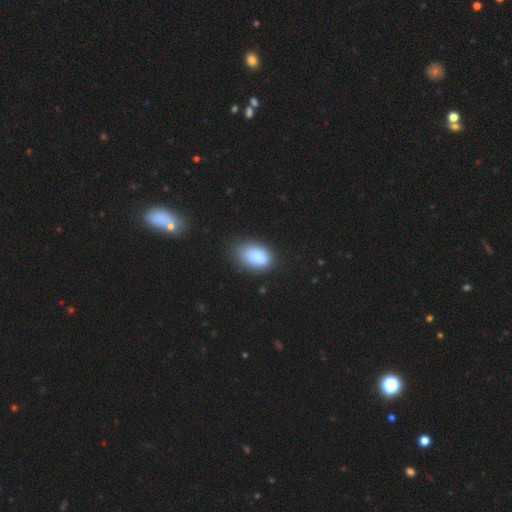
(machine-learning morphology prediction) smooth 88%, star or artifact 7%, featured or disk 5%. Down the decision tree: how rounded — in between (90%); merging — none (77%).